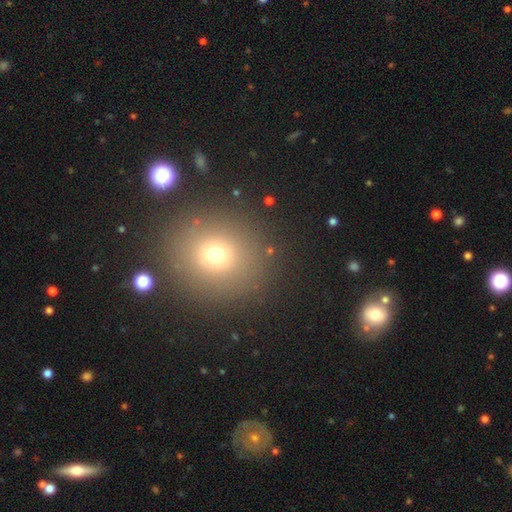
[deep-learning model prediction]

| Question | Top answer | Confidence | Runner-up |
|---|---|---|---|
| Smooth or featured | smooth | 67% | star or artifact (23%) |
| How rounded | round | 87% | in between (12%) |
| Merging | none | 87% | minor disturbance (7%) |